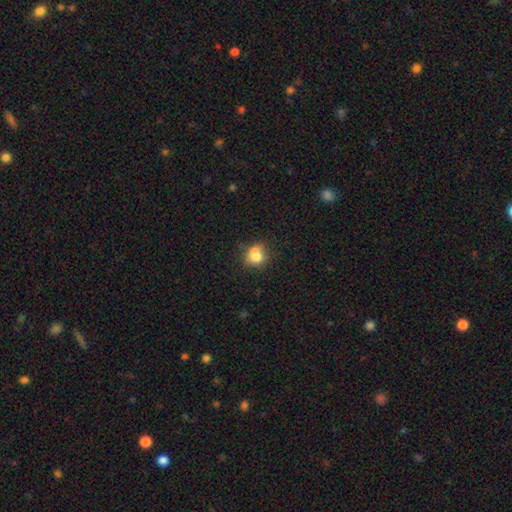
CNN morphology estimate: The model was most divided on "merging": none: 51%, merger: 25%, minor disturbance: 19%, major disturbance: 6%. More confident: how rounded — round (75%); smooth or featured — smooth (75%).